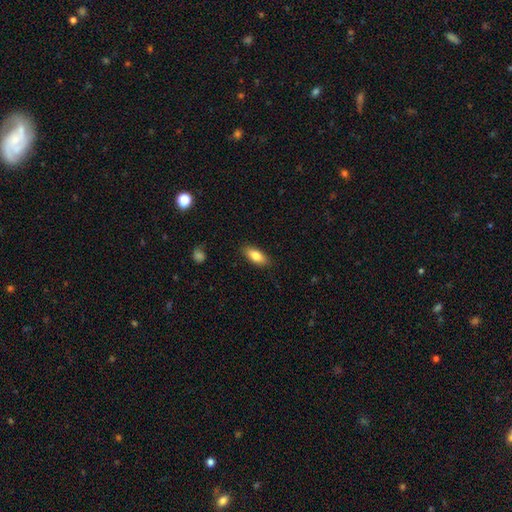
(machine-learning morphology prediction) Smooth or featured? Predicted: smooth (p=0.81). How rounded? Predicted: in between (p=0.84). Merging? Predicted: none (p=0.87).